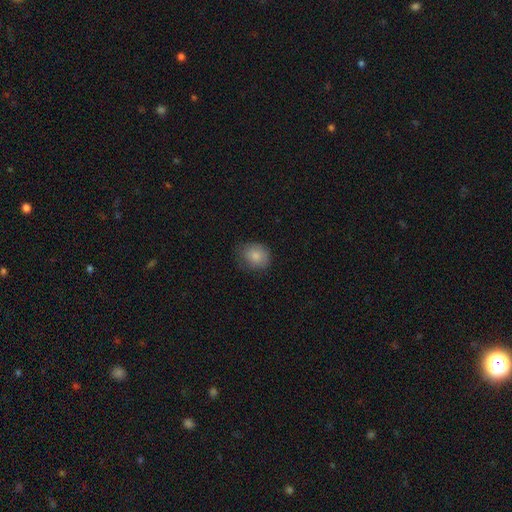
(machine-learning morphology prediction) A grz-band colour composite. It shows a smooth galaxy with no disk features (83%) that is round (67%). Merging: none (70%).